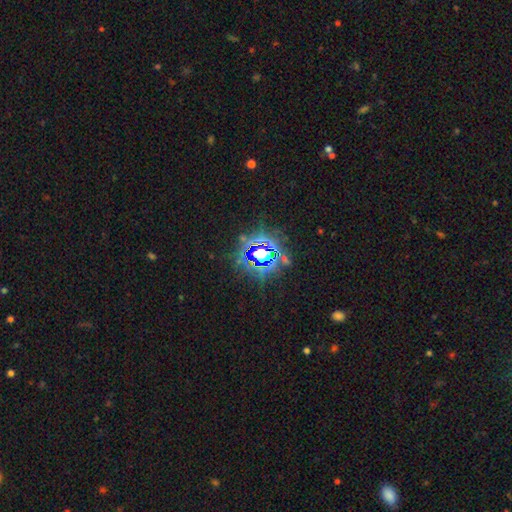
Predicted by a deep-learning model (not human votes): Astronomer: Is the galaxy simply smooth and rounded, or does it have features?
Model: star or artifact — 82%.